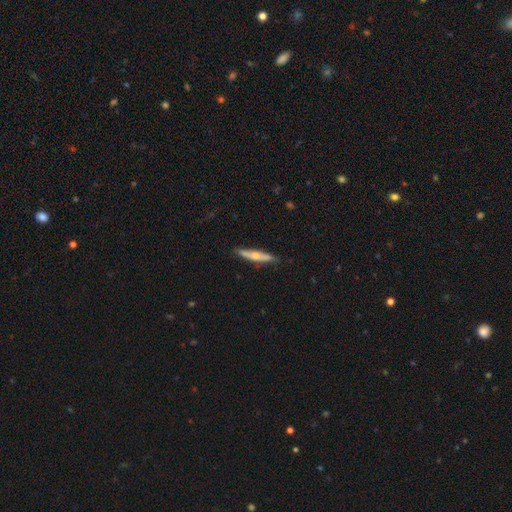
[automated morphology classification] Smooth or featured?
  - featured or disk: 52% *
  - smooth: 43%
  - star or artifact: 6%
Edge-on disk?
  - yes: 91% *
  - no: 9%
Merging?
  - none: 83% *
  - minor disturbance: 14%
  - major disturbance: 2%
  - merger: 2%